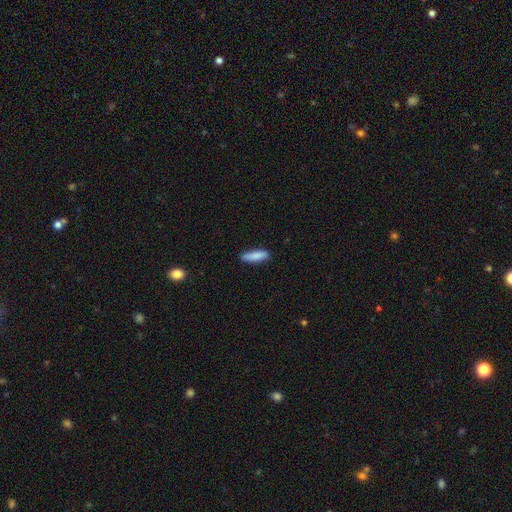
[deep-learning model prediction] Smooth or featured?
  - smooth: 86% *
  - featured or disk: 8%
  - star or artifact: 6%
How rounded?
  - cigar-shaped: 67% *
  - in between: 31%
  - round: 2%
Merging?
  - none: 87% *
  - minor disturbance: 10%
  - major disturbance: 2%
  - merger: 1%